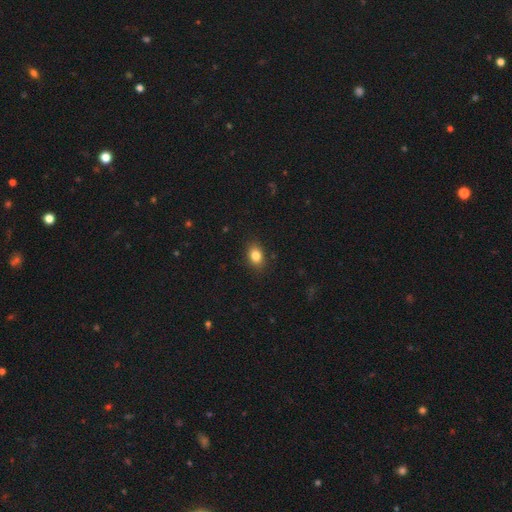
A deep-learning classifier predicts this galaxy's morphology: smooth-or-featured: smooth: 84% | star or artifact: 10% | featured or disk: 6%
  how-rounded: in between: 75% | round: 24% | cigar-shaped: 1%
  merging: none: 88% | minor disturbance: 9% | major disturbance: 2% | merger: 1%